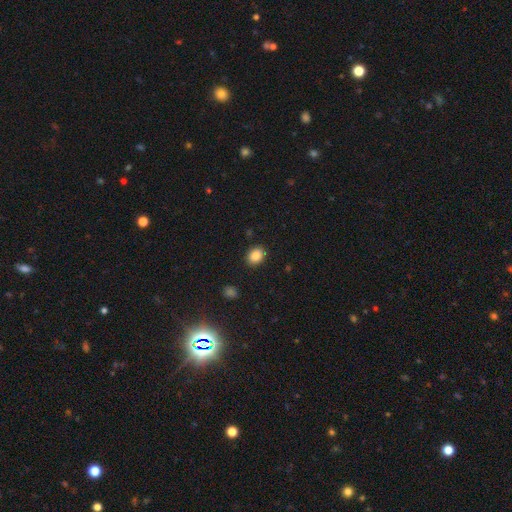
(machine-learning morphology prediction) smooth 87%, star or artifact 9%, featured or disk 4%. Down the decision tree: how rounded — in between (55%); merging — none (88%).